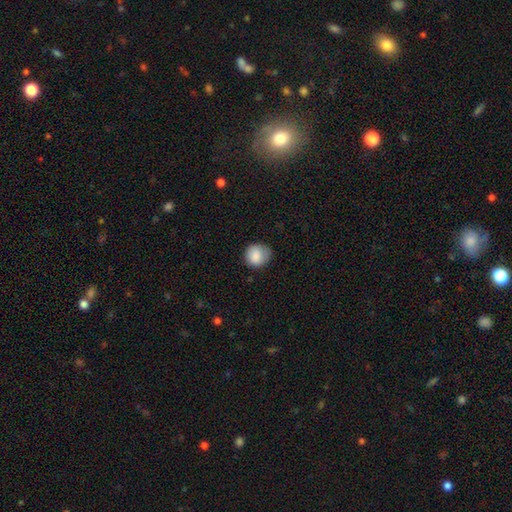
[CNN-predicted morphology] A smooth galaxy with no disk features (86%) that is round (85%).

Vote fractions:
- Smooth or featured? smooth: 86% / star or artifact: 8% / featured or disk: 7%
- How rounded? round: 85% / in between: 14% / cigar-shaped: 1%
- Merging? none: 72% / minor disturbance: 22% / major disturbance: 5% / merger: 1%